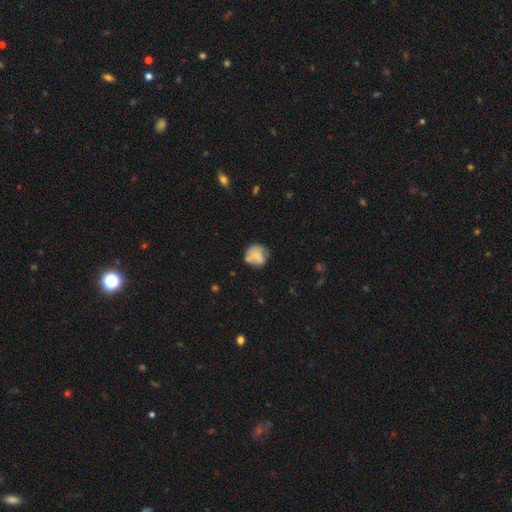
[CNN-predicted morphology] A smooth galaxy with no disk features (68%) that is round (80%).

Vote fractions:
- Smooth or featured? smooth: 68% / featured or disk: 23% / star or artifact: 9%
- How rounded? round: 80% / in between: 19% / cigar-shaped: 1%
- Merging? none: 54% / minor disturbance: 27% / major disturbance: 10% / merger: 9%